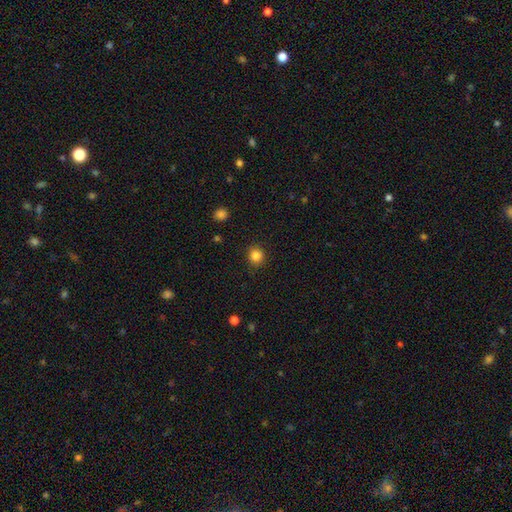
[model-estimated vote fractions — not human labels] Smooth or featured? smooth (84%)
How rounded? round (90%)
Merging? none (90%)